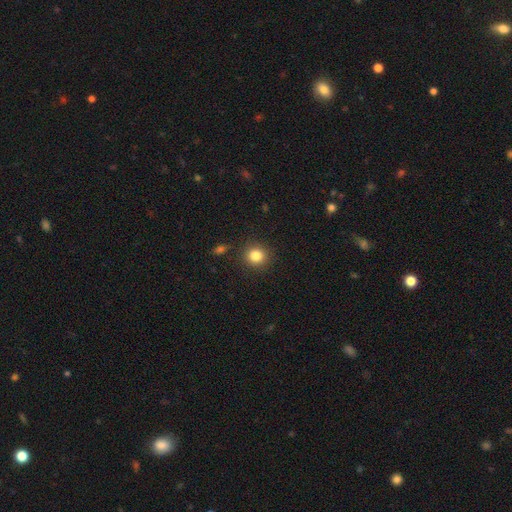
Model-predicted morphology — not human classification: Smooth or featured? Predicted: smooth (p=0.84). How rounded? Predicted: round (p=0.89). Merging? Predicted: none (p=0.90).